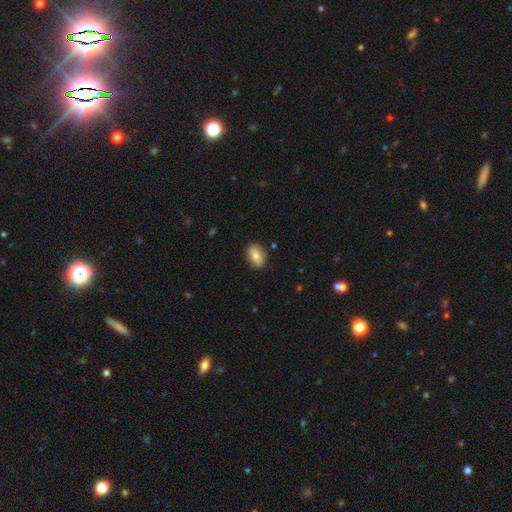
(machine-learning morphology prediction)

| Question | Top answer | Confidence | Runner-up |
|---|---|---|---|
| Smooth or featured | smooth | 78% | featured or disk (14%) |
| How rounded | in between | 86% | round (12%) |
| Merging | none | 86% | minor disturbance (11%) |